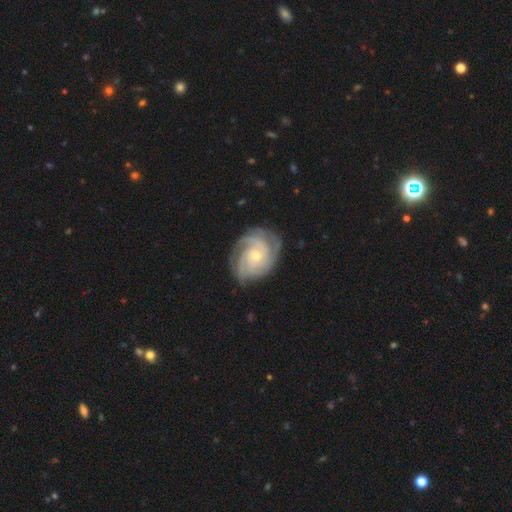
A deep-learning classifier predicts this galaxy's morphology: smooth-or-featured: featured or disk: 88% | smooth: 7% | star or artifact: 5%
  disk-edge-on: no: 98% | yes: 2%
    bar: no: 74% | weak: 22% | strong: 4%
    has-spiral-arms: yes: 98% | no: 2%
      spiral-winding: tight: 70% | medium: 25% | loose: 4%
      spiral-arm-count: 3: 34% | 4: 24% | can't tell: 18% | 2: 12% | more than 4: 6% | 1: 6%
    bulge-size: small: 59% | moderate: 37% | large: 2% | none: 1% | dominant: 1%
  merging: none: 77% | minor disturbance: 16% | major disturbance: 5% | merger: 1%